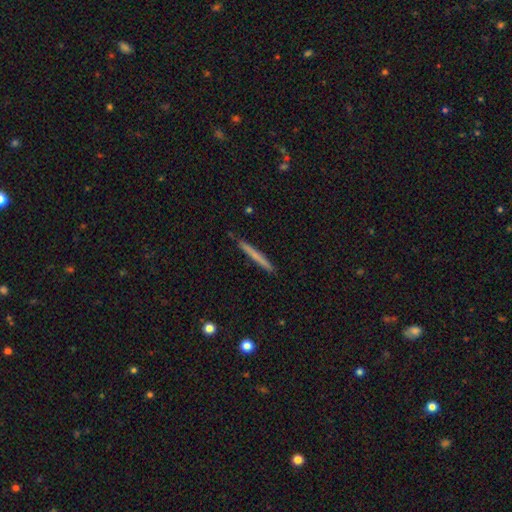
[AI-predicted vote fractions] The model was most divided on "smooth or featured": smooth: 63%, featured or disk: 31%, star or artifact: 6%. More confident: how rounded — cigar-shaped (97%); merging — none (90%).